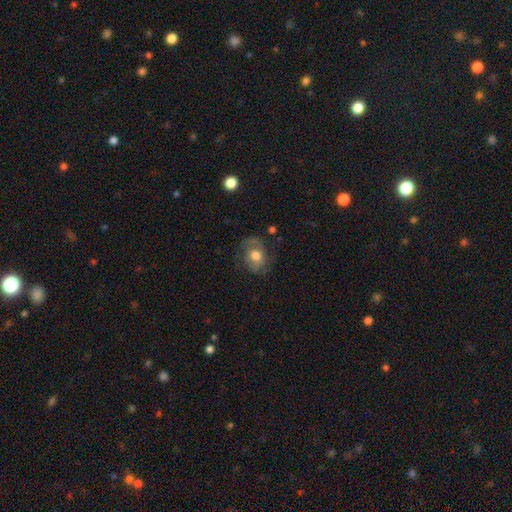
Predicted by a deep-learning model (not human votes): smooth_or_featured: smooth (p=0.50) [alt: featured or disk p=0.42]
merging: none (p=0.64) [alt: minor disturbance p=0.22]